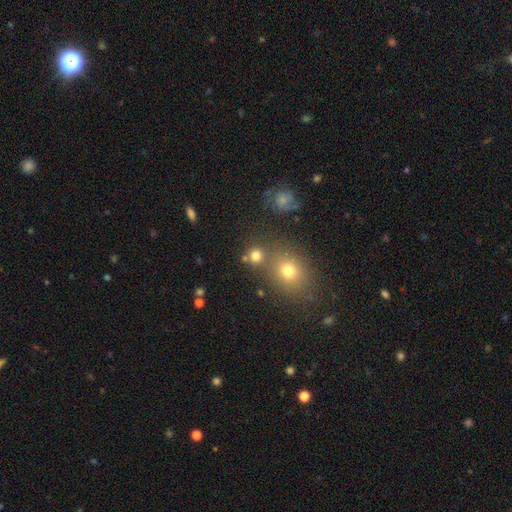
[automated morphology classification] Overall: smooth (75%). How rounded: round (85%). Merging: none (66%).